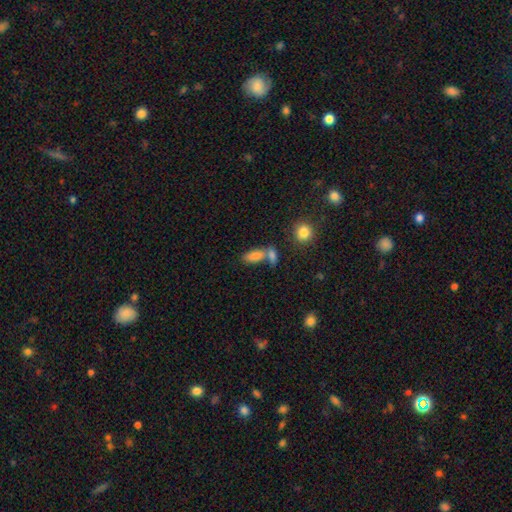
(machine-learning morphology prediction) A smooth galaxy with no disk features (79%) that is in between round and cigar-shaped (79%). Merging: merger (46%).